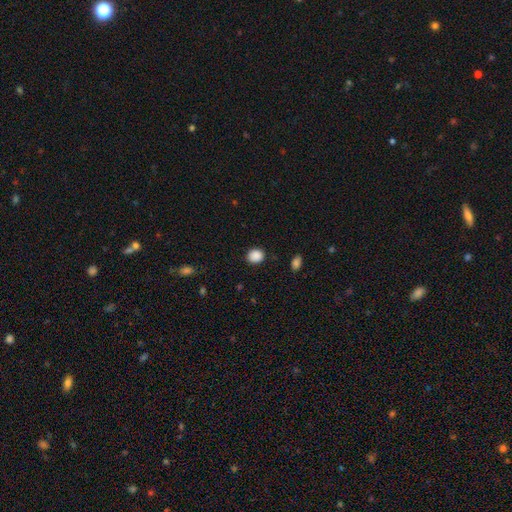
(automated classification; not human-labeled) Q: Smooth or featured?
A: smooth (88%); runner-up: star or artifact (9%)
Q: How rounded?
A: round (66%); runner-up: in between (33%)
Q: Merging?
A: none (87%); runner-up: minor disturbance (9%)